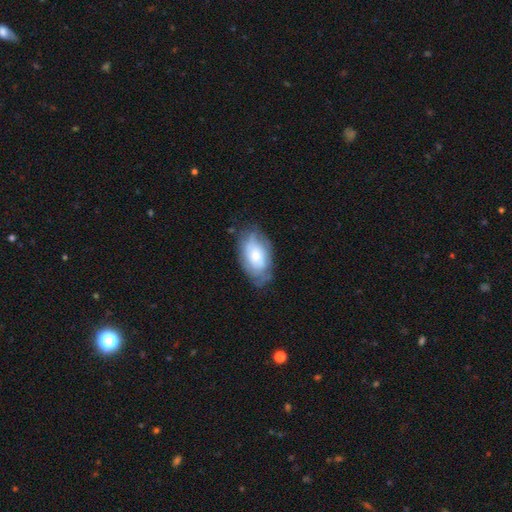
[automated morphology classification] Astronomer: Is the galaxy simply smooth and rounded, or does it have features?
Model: smooth — 54% (runner-up: featured or disk, 39%).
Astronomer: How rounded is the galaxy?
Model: in between — 92%.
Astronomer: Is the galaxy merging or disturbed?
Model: none — 65%.